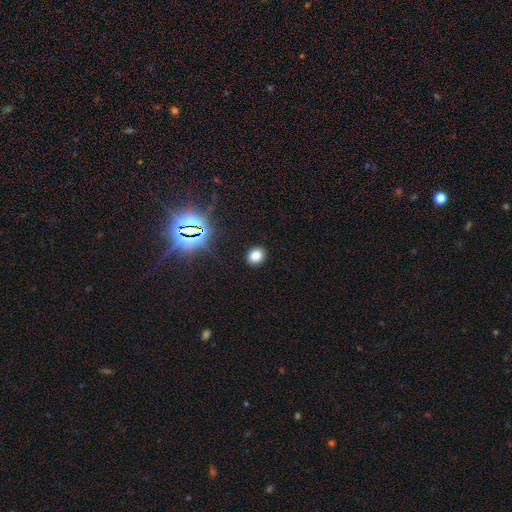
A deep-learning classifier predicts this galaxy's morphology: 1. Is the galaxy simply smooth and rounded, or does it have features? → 78% smooth, 16% star or artifact, 5% featured or disk.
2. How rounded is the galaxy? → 55% round, 44% in between, 1% cigar-shaped.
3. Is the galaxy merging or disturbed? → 89% none, 7% minor disturbance, 2% major disturbance, 1% merger.